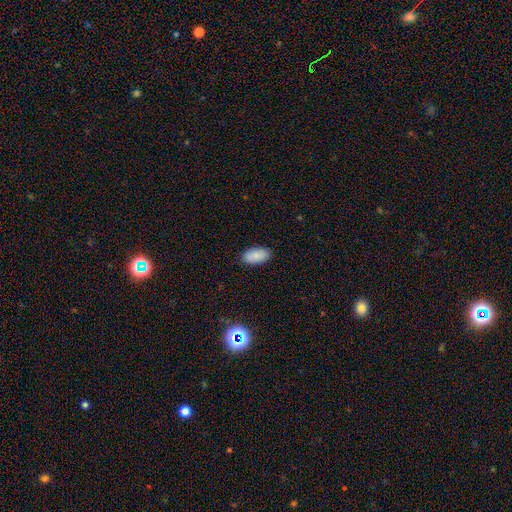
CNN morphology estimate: type=smooth (87%); roundness=in between (95%); merging=none (88%).